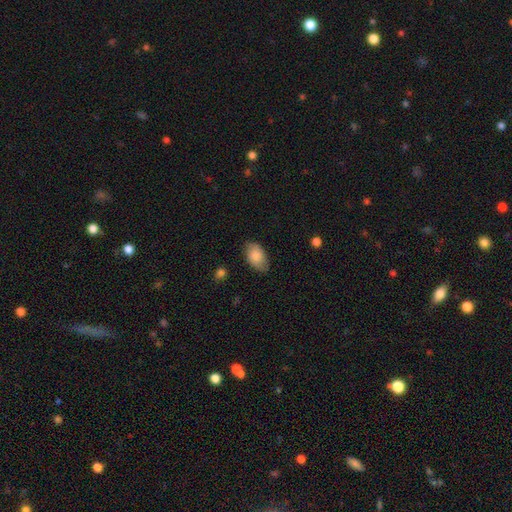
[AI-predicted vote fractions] This appears to be a smooth galaxy with no disk features (79%) that is in between round and cigar-shaped (92%). Merging: none (77%).